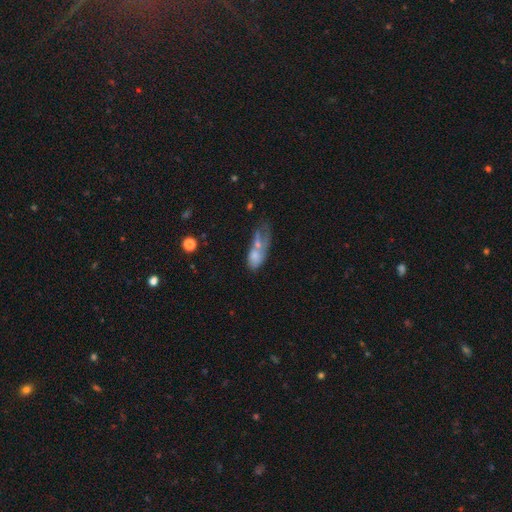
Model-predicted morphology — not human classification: smooth-or-featured: smooth: 61% | featured or disk: 30% | star or artifact: 10%
  how-rounded: in between: 81% | cigar-shaped: 10% | round: 9%
  merging: merger: 45% | major disturbance: 22% | none: 19% | minor disturbance: 15%